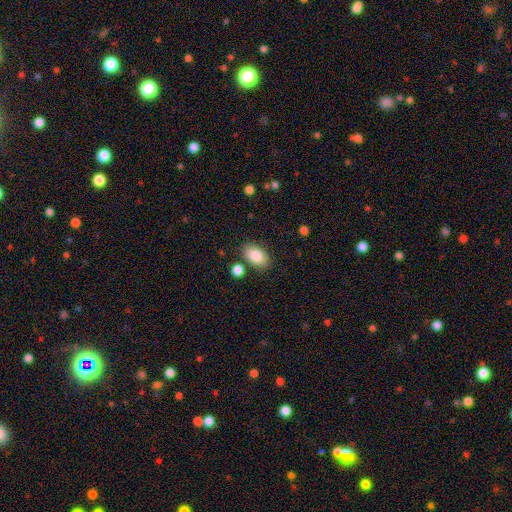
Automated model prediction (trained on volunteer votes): Smooth or featured? smooth (87%)
How rounded? in between (92%)
Merging? none (79%)